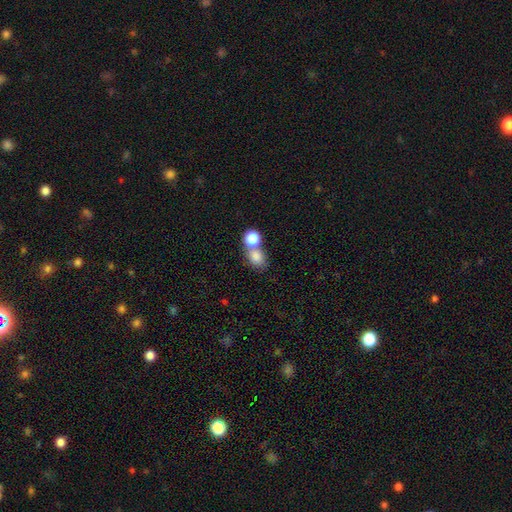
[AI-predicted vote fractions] This is clearly a smooth galaxy (82%). How rounded: possibly round (56%). Merging: possibly merger (59%).